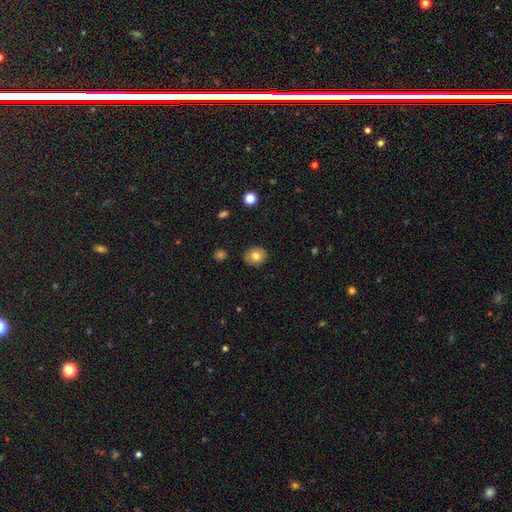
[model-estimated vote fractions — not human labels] Smooth or featured? smooth (77%)
How rounded? round (67%)
Merging? none (89%)